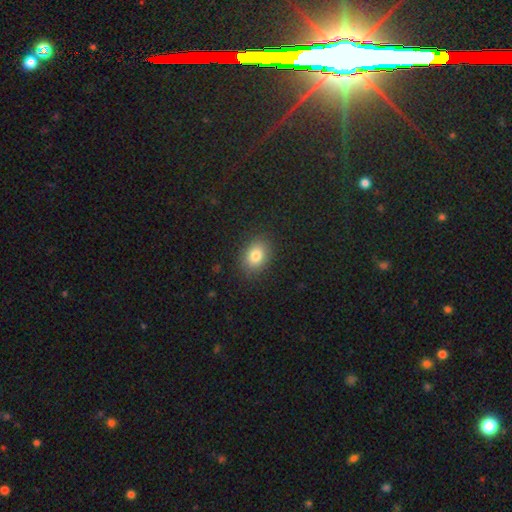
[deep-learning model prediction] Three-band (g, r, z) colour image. It shows a smooth galaxy with no disk features (82%) that is in between round and cigar-shaped (67%). Merging: none (88%).